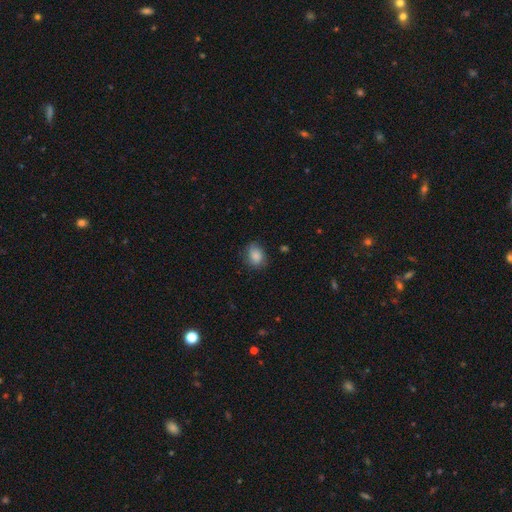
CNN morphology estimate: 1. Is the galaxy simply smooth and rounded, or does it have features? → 82% smooth, 10% featured or disk, 8% star or artifact.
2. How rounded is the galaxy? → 57% in between, 42% round, 1% cigar-shaped.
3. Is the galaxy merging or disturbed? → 69% none, 23% minor disturbance, 6% major disturbance, 1% merger.